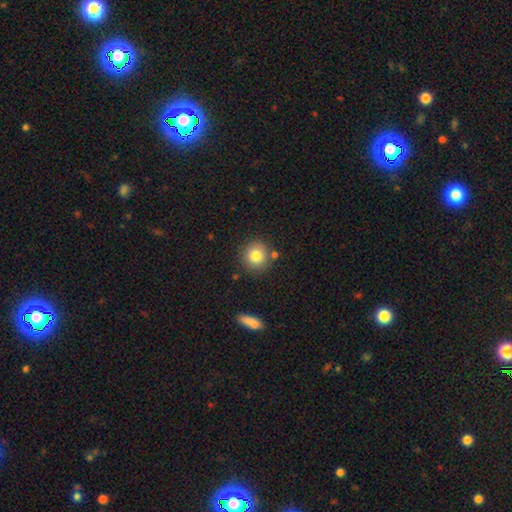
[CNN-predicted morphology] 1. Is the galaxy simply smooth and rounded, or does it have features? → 82% smooth, 10% star or artifact, 8% featured or disk.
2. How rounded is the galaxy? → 91% round, 8% in between, 1% cigar-shaped.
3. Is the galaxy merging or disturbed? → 82% none, 9% minor disturbance, 7% merger, 3% major disturbance.